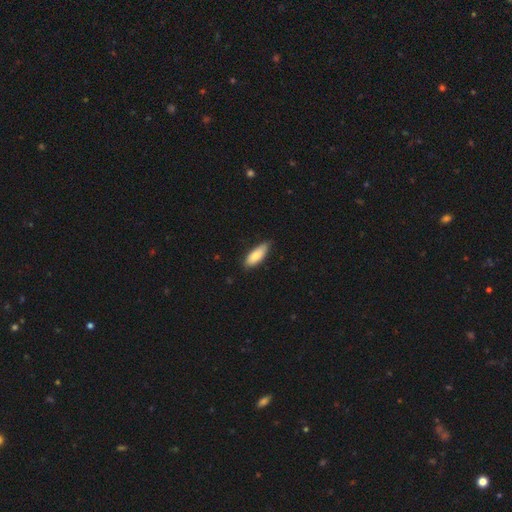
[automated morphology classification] Smooth or featured: smooth — 80% (featured or disk — 15%)
How rounded: in between — 72% (cigar-shaped — 26%)
Merging: none — 74% (minor disturbance — 22%)